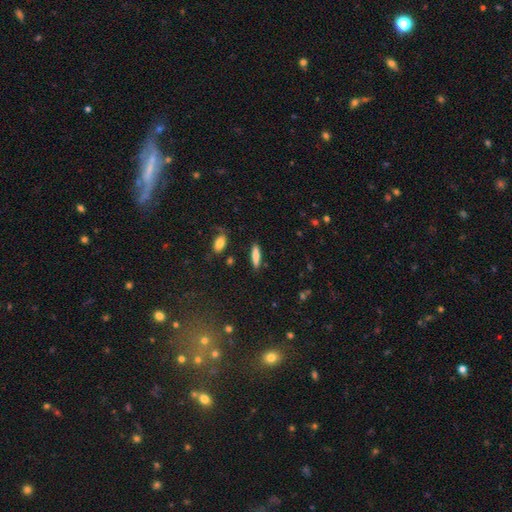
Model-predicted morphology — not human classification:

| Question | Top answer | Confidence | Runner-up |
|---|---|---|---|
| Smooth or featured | smooth | 77% | featured or disk (16%) |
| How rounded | cigar-shaped | 73% | in between (25%) |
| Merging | none | 86% | minor disturbance (10%) |